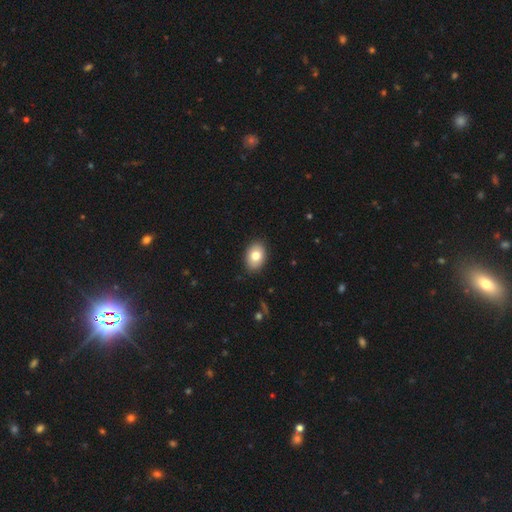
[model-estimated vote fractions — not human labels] smooth 80%, featured or disk 13%, star or artifact 8%. Down the decision tree: how rounded — in between (81%); merging — none (88%).